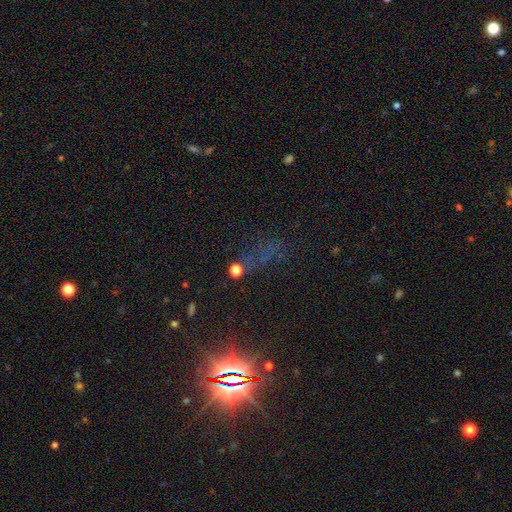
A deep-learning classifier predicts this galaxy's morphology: Smooth or featured?
  - star or artifact: 69% *
  - smooth: 19%
  - featured or disk: 13%